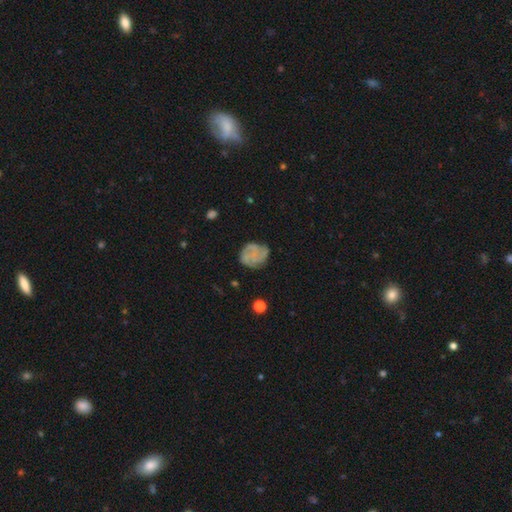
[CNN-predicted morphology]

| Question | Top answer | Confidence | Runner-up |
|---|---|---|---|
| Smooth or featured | featured or disk | 58% | smooth (33%) |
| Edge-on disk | no | 98% | yes (2%) |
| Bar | no | 80% | weak (17%) |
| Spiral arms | yes | 82% | no (18%) |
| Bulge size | none | 66% | small (21%) |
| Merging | none | 67% | minor disturbance (21%) |